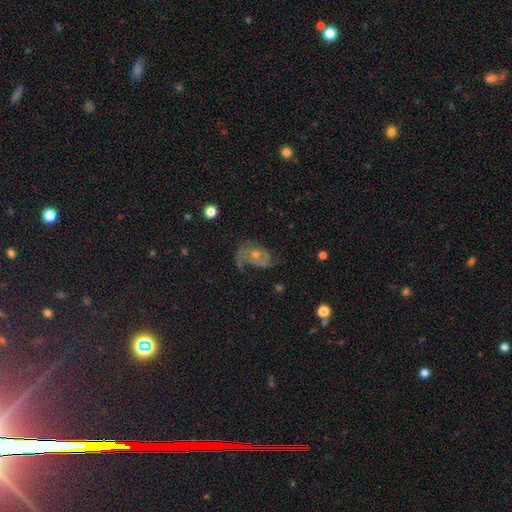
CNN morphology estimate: Q: Smooth or featured?
A: featured or disk (69%); runner-up: smooth (20%)
Q: Edge-on disk?
A: no (97%); runner-up: yes (3%)
Q: Bar?
A: no (81%); runner-up: weak (16%)
Q: Spiral arms?
A: yes (76%); runner-up: no (24%)
Q: Spiral winding?
A: medium (40%); runner-up: loose (30%)
Q: Spiral arm count?
A: 2 (39%); runner-up: 1 (27%)
Q: Bulge size?
A: moderate (50%); runner-up: small (43%)
Q: Merging?
A: none (40%); runner-up: major disturbance (33%)